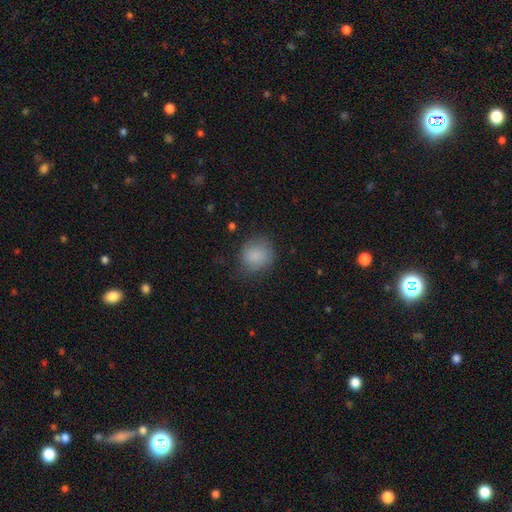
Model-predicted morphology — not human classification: smooth-or-featured: smooth: 86% | star or artifact: 8% | featured or disk: 6%
  how-rounded: round: 84% | in between: 15% | cigar-shaped: 1%
  merging: none: 71% | minor disturbance: 21% | major disturbance: 7% | merger: 1%